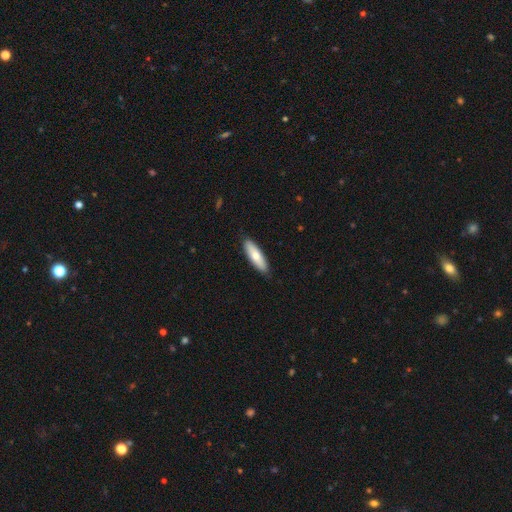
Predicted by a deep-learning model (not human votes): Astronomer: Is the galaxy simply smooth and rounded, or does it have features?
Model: smooth — 70%.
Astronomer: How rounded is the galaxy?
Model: cigar-shaped — 57% (runner-up: in between, 42%).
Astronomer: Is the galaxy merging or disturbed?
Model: none — 88%.